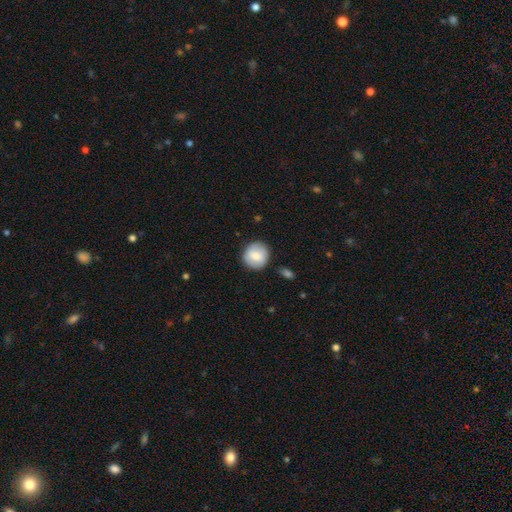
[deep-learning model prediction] Morphology: type=smooth (76%); roundness=round (90%); merging=none (85%).